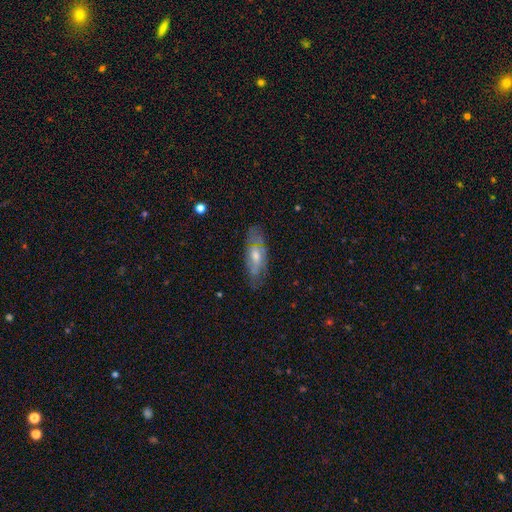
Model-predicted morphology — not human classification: smooth-or-featured: featured or disk: 55% | smooth: 37% | star or artifact: 8%
  disk-edge-on: no: 72% | yes: 28%
  merging: none: 72% | minor disturbance: 20% | major disturbance: 6% | merger: 2%